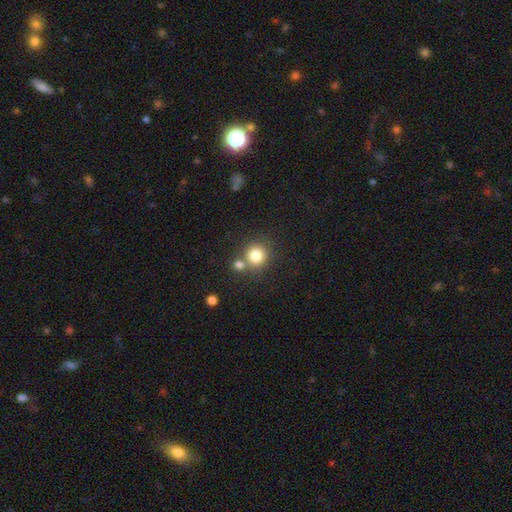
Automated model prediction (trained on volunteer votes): This is clearly a smooth galaxy (81%). How rounded: clearly round (91%). Merging: likely none (65%).